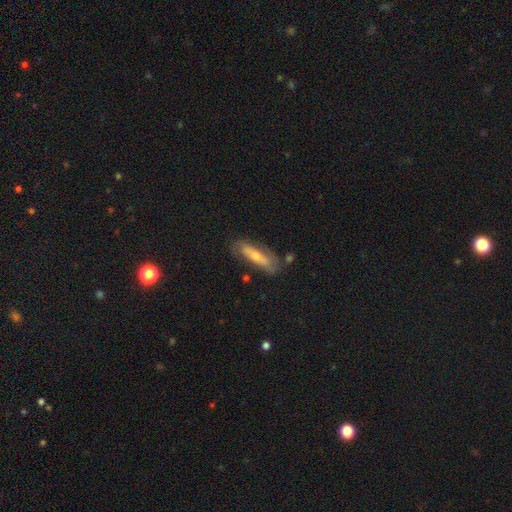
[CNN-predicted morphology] Q: Smooth or featured?
A: featured or disk (51%); runner-up: smooth (41%)
Q: Edge-on disk?
A: no (56%); runner-up: yes (44%)
Q: Merging?
A: none (72%); runner-up: minor disturbance (19%)